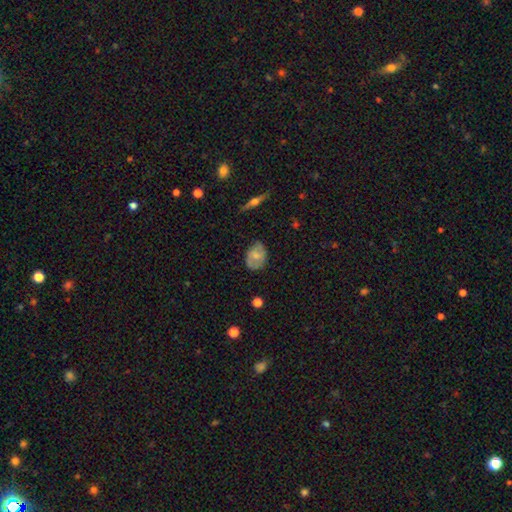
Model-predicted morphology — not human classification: smooth 55%, featured or disk 38%, star or artifact 7%. Down the decision tree: how rounded — in between (68%); merging — none (72%).